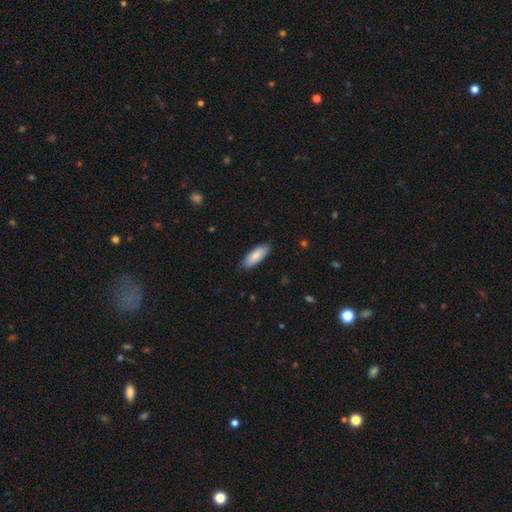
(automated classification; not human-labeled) smooth 84%, featured or disk 10%, star or artifact 6%. Down the decision tree: how rounded — in between (75%); merging — none (86%).